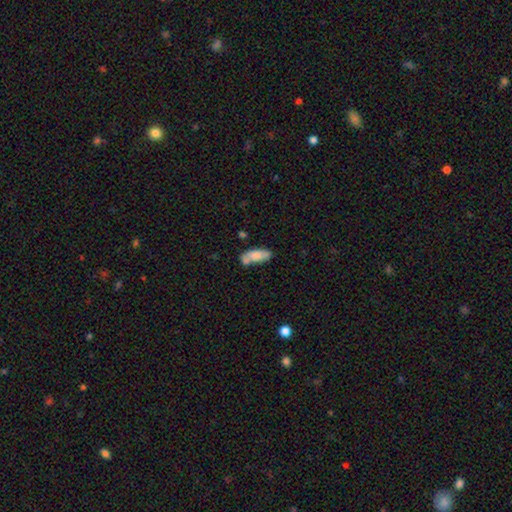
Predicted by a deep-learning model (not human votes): Smooth or featured? smooth (76%)
How rounded? in between (74%)
Merging? none (54%)